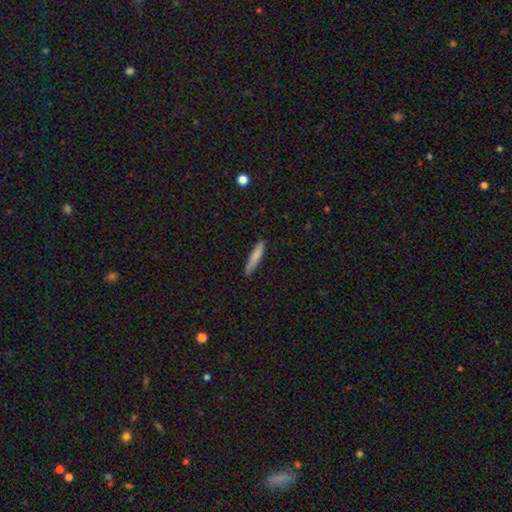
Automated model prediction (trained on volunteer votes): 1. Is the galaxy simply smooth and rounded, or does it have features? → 81% smooth, 13% featured or disk, 6% star or artifact.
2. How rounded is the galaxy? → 89% cigar-shaped, 10% in between, 1% round.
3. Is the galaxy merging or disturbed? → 84% none, 13% minor disturbance, 2% major disturbance, 1% merger.